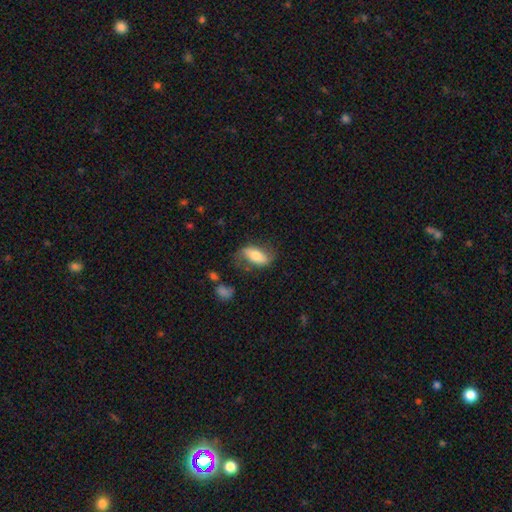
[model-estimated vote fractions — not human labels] This is possibly a smooth galaxy (59%). How rounded: clearly in between (83%). Merging: likely none (62%).